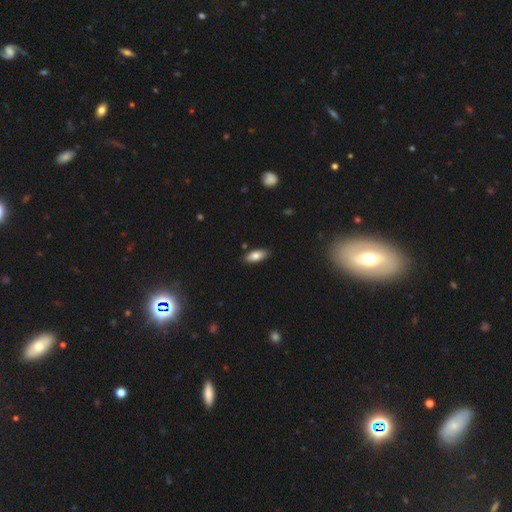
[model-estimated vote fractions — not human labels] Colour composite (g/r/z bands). It shows a smooth galaxy with no disk features (79%) that is in between round and cigar-shaped (84%). Merging: none (87%).